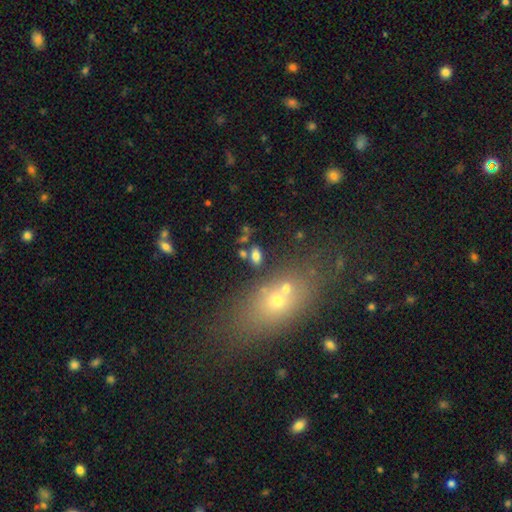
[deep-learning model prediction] Smooth or featured? smooth (74%)
How rounded? in between (89%)
Merging? none (72%)